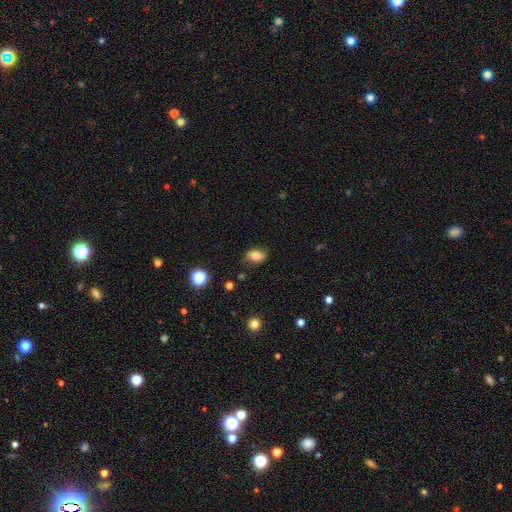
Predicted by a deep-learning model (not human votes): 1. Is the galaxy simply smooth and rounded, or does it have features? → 75% smooth, 15% featured or disk, 10% star or artifact.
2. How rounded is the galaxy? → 79% in between, 19% round, 2% cigar-shaped.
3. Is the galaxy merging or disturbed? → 74% none, 20% minor disturbance, 5% major disturbance, 2% merger.